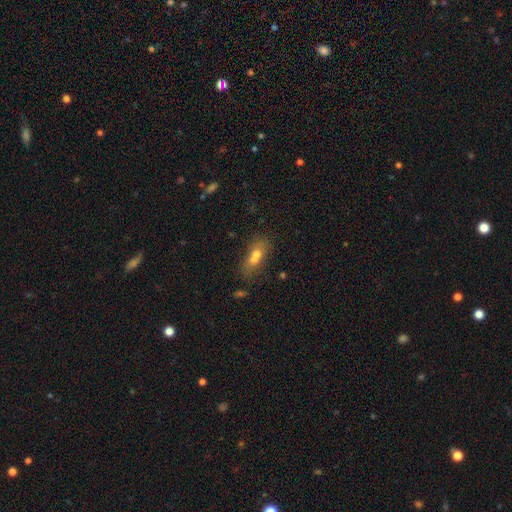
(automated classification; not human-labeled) This is likely a smooth galaxy (63%). How rounded: likely in between (66%). Merging: marginally merger (43%).